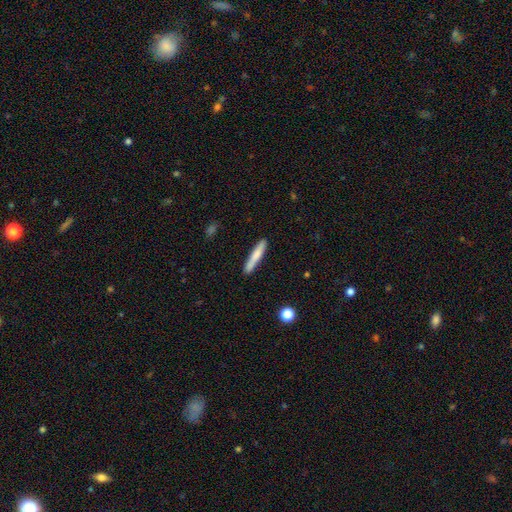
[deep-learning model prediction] A smooth galaxy with no disk features (72%) that is cigar-shaped (93%).

Vote fractions:
- Smooth or featured? smooth: 72% / featured or disk: 22% / star or artifact: 6%
- How rounded? cigar-shaped: 93% / in between: 5% / round: 1%
- Merging? none: 85% / minor disturbance: 11% / merger: 3% / major disturbance: 2%